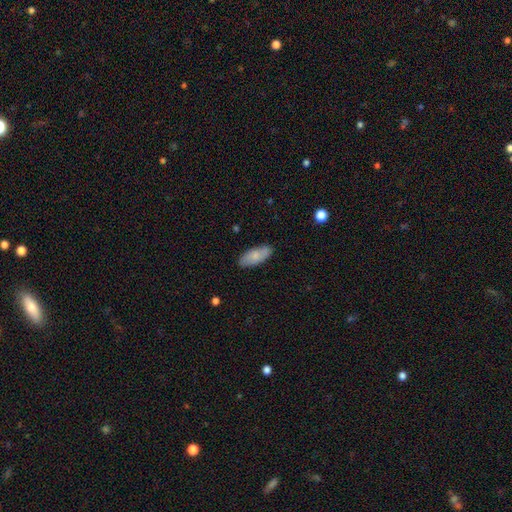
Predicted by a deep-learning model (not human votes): This appears to be a smooth galaxy with no disk features (76%) that is in between round and cigar-shaped (86%). Merging: none (83%).